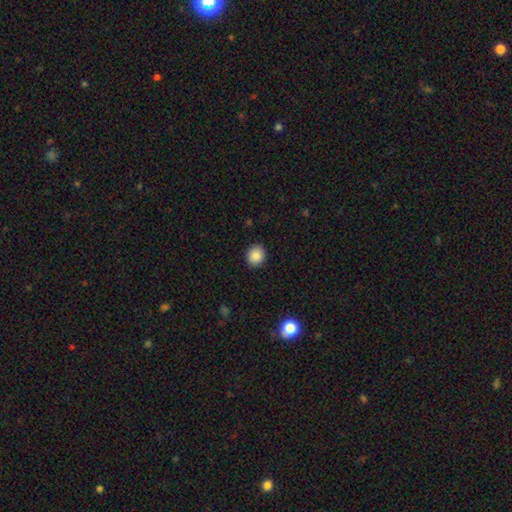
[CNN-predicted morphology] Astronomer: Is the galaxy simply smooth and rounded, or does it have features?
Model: smooth — 88%.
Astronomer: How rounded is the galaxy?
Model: round — 76%.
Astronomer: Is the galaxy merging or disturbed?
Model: none — 90%.